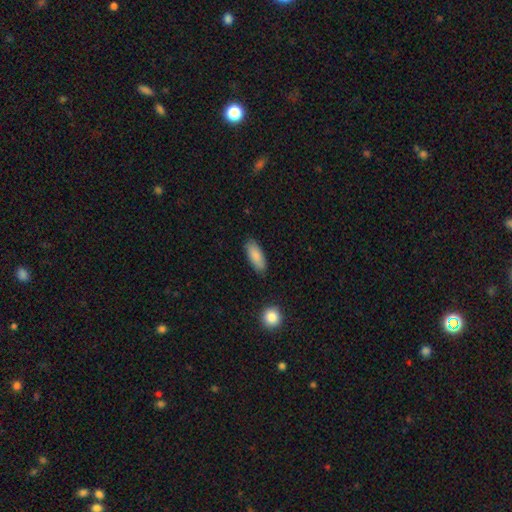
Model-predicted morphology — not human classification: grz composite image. It shows a smooth galaxy with no disk features (87%) that is in between round and cigar-shaped (78%). Merging: none (85%).